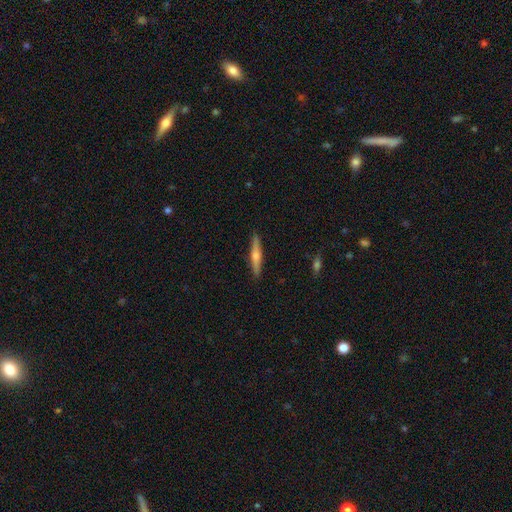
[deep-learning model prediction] Q: Smooth or featured?
A: featured or disk (62%); runner-up: smooth (31%)
Q: Edge-on disk?
A: yes (97%); runner-up: no (3%)
Q: Edge-on bulge?
A: rounded (85%); runner-up: none (8%)
Q: Merging?
A: none (91%); runner-up: minor disturbance (7%)